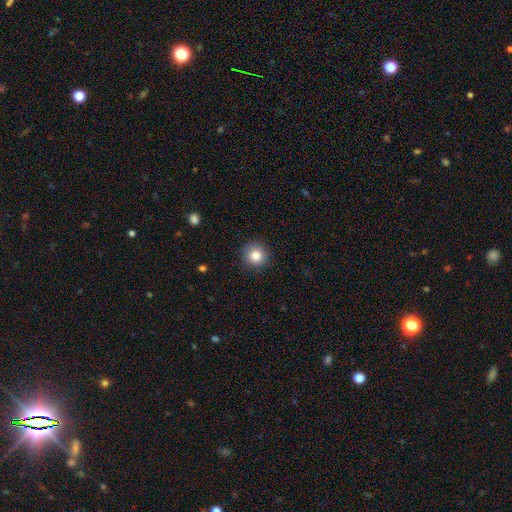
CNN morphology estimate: smooth 84%, star or artifact 10%, featured or disk 6%. Down the decision tree: how rounded — round (94%); merging — none (90%).